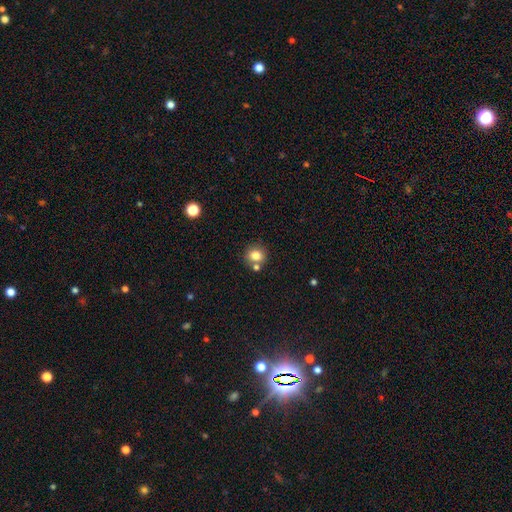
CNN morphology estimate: Smooth or featured? smooth (80%)
How rounded? round (76%)
Merging? none (66%)